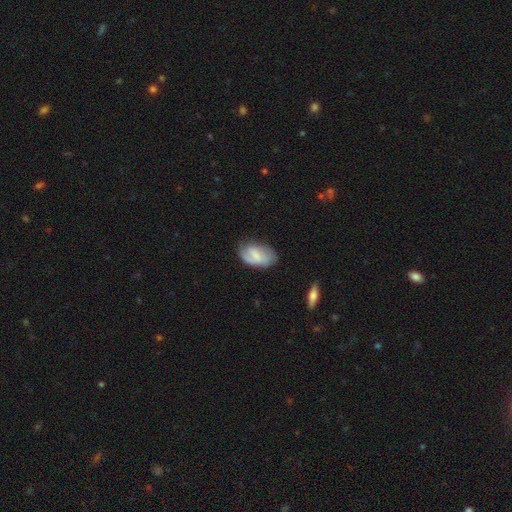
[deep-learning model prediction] Overall: smooth (50%; featured or disk 43%). Merging: none (58%; minor disturbance 29%).